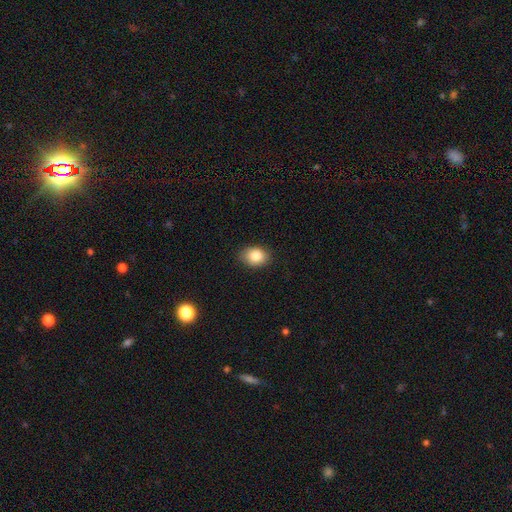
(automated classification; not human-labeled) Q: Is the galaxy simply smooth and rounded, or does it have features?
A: smooth — 84%.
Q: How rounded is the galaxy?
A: in between — 62%.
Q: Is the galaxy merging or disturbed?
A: none — 85%.